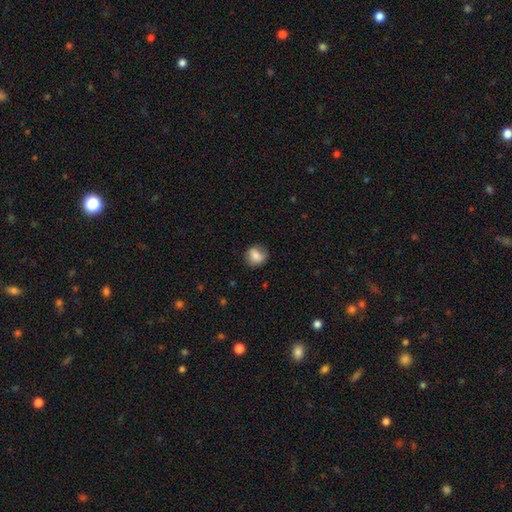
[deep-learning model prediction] smooth 78%, featured or disk 14%, star or artifact 8%. Down the decision tree: how rounded — round (73%); merging — none (78%).